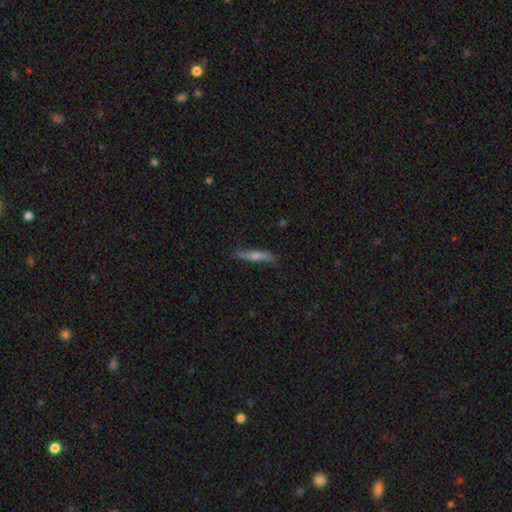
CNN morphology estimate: This is possibly a featured or disk galaxy (59%). It is clearly viewed edge-on (89%). Edge-on bulge: likely rounded (75%). Merging: clearly none (82%).